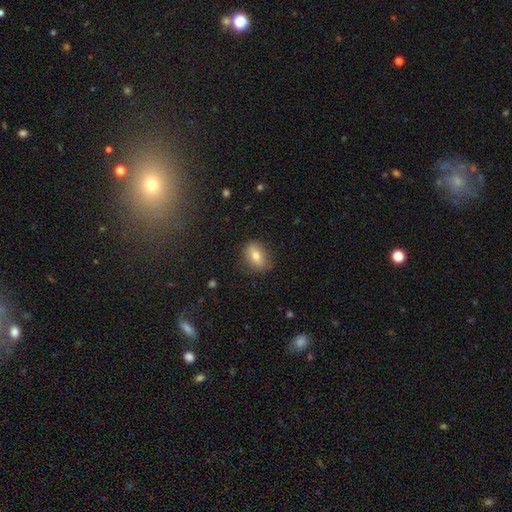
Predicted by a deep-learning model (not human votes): Smooth or featured: smooth — 71% (featured or disk — 20%)
How rounded: in between — 78% (round — 17%)
Merging: none — 82% (minor disturbance — 14%)